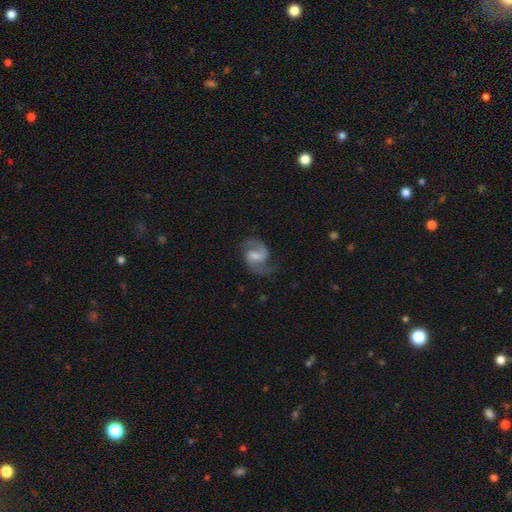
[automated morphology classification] smooth-or-featured: featured or disk: 87% | smooth: 8% | star or artifact: 5%
  disk-edge-on: no: 98% | yes: 2%
    bar: weak: 57% | no: 22% | strong: 22%
    has-spiral-arms: yes: 97% | no: 3%
      spiral-winding: medium: 57% | loose: 30% | tight: 13%
      spiral-arm-count: 2: 92% | 1: 3% | can't tell: 2% | 3: 1% | 4: 1% | more than 4: 1%
    bulge-size: moderate: 36% | small: 32% | none: 22% | large: 8% | dominant: 1%
  merging: none: 73% | minor disturbance: 16% | major disturbance: 9% | merger: 2%